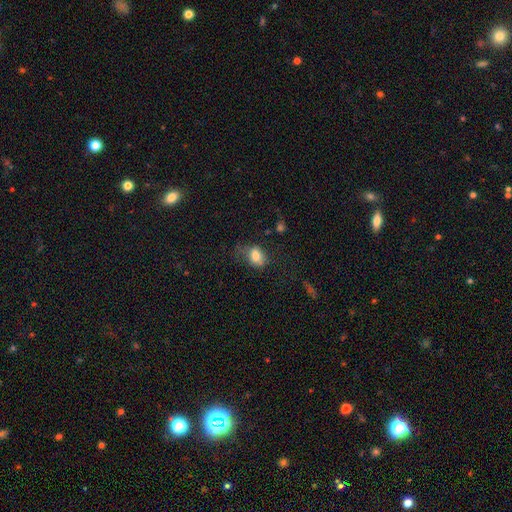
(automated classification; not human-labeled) A smooth galaxy with no disk features (80%) that is in between round and cigar-shaped (69%).

Vote fractions:
- Smooth or featured? smooth: 80% / featured or disk: 11% / star or artifact: 9%
- How rounded? in between: 69% / round: 30% / cigar-shaped: 1%
- Merging? none: 50% / minor disturbance: 30% / major disturbance: 17% / merger: 3%